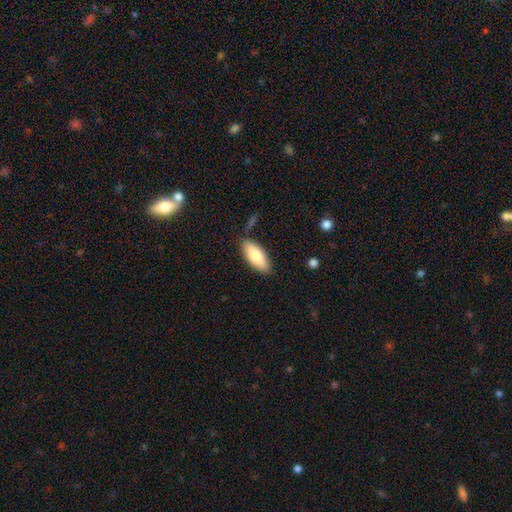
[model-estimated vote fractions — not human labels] Overall: smooth (81%). How rounded: in between (82%). Merging: none (82%).